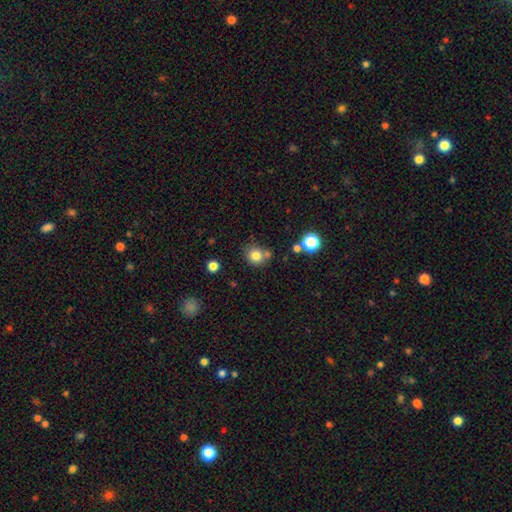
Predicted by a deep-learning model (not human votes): smooth-or-featured: smooth: 80% | star or artifact: 13% | featured or disk: 8%
  how-rounded: round: 83% | in between: 16% | cigar-shaped: 1%
  merging: none: 67% | merger: 15% | minor disturbance: 14% | major disturbance: 4%